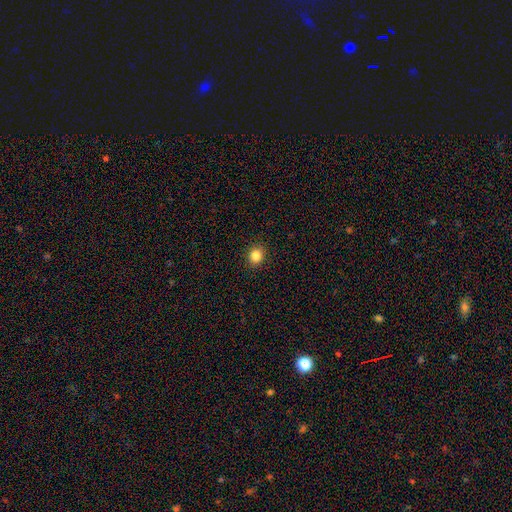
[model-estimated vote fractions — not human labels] Smooth or featured?
  - smooth: 85% *
  - star or artifact: 11%
  - featured or disk: 4%
How rounded?
  - round: 68% *
  - in between: 31%
  - cigar-shaped: 1%
Merging?
  - none: 91% *
  - minor disturbance: 6%
  - major disturbance: 2%
  - merger: 1%